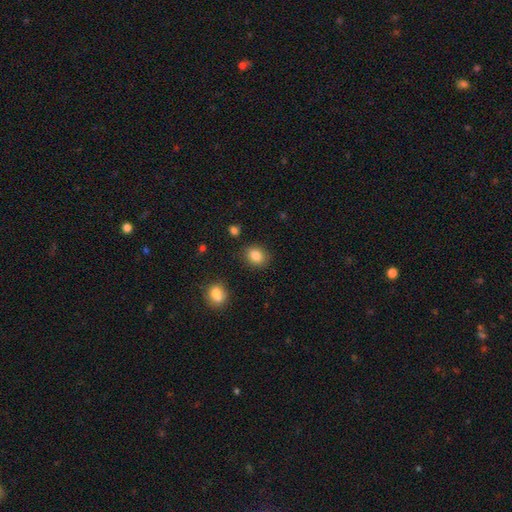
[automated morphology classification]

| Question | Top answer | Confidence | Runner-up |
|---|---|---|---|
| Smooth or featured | smooth | 85% | star or artifact (10%) |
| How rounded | round | 51% | in between (48%) |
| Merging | none | 85% | minor disturbance (10%) |